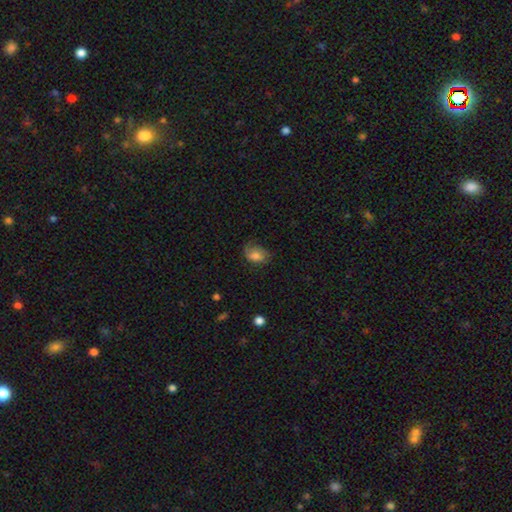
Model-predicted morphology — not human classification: Smooth or featured? Predicted: smooth (p=0.71). How rounded? Predicted: in between (p=0.71). Merging? Predicted: none (p=0.56).